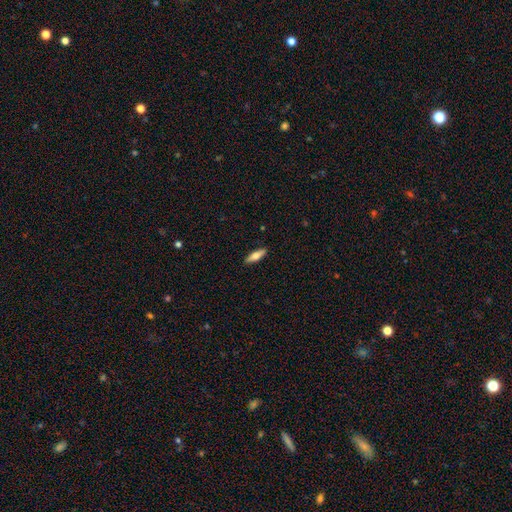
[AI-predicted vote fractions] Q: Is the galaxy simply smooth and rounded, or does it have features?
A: smooth — 59%.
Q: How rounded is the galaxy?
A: cigar-shaped — 58%.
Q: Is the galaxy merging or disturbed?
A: none — 89%.